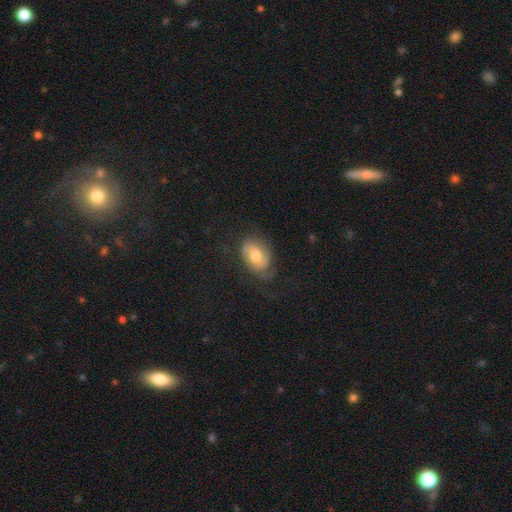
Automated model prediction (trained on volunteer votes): smooth-or-featured: featured or disk: 56% | smooth: 35% | star or artifact: 9%
  disk-edge-on: no: 96% | yes: 4%
    bar: no: 63% | weak: 30% | strong: 7%
    has-spiral-arms: yes: 81% | no: 19%
    bulge-size: moderate: 71% | large: 16% | small: 10% | dominant: 1% | none: 1%
  merging: none: 57% | minor disturbance: 24% | major disturbance: 18% | merger: 1%